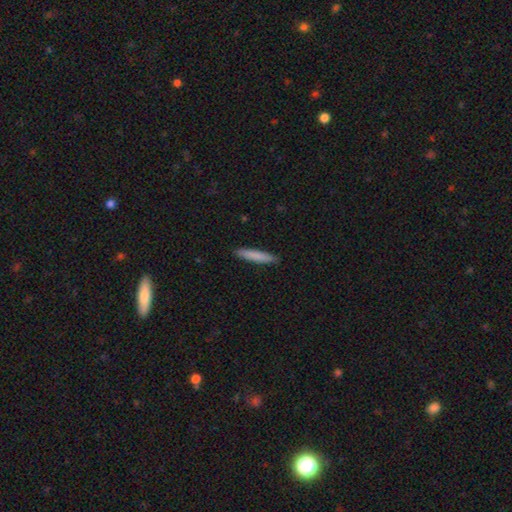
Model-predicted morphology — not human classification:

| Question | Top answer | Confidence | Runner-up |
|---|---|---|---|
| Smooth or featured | smooth | 82% | featured or disk (12%) |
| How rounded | cigar-shaped | 92% | in between (7%) |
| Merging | none | 91% | minor disturbance (7%) |